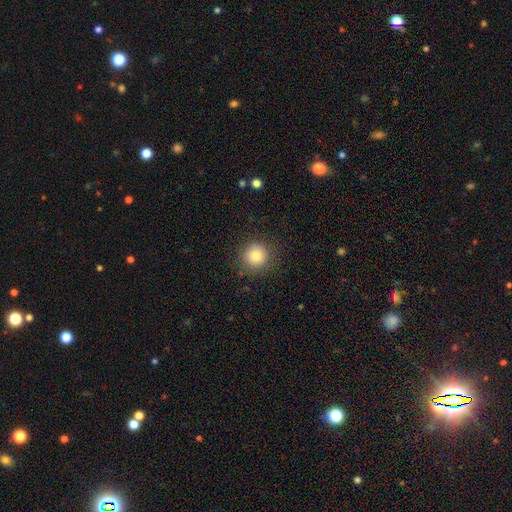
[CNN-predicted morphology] smooth 82%, star or artifact 11%, featured or disk 8%. Down the decision tree: how rounded — round (92%); merging — none (86%).